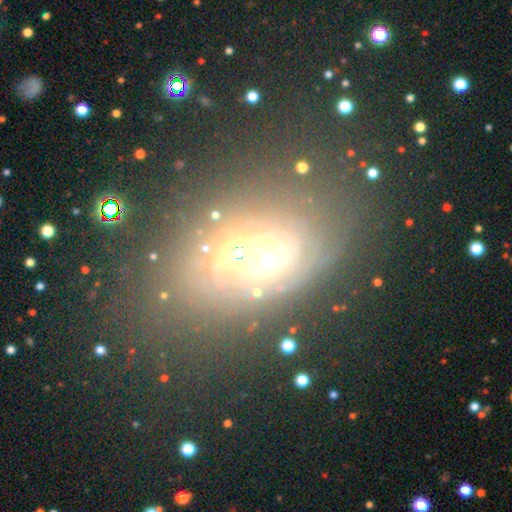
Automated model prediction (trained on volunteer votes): A featured or disk galaxy (49%).

Vote fractions:
- Smooth or featured? featured or disk: 49% / star or artifact: 27% / smooth: 24%
- Merging? none: 49% / merger: 18% / major disturbance: 17% / minor disturbance: 15%